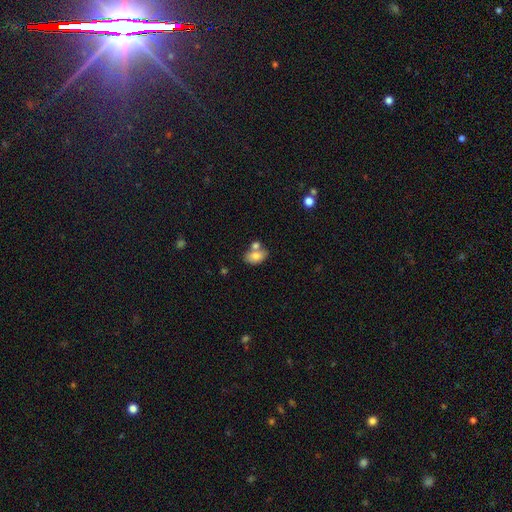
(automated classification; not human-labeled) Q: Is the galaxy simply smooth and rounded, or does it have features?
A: smooth — 78%.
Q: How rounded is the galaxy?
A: in between — 86%.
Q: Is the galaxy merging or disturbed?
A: none — 48%.